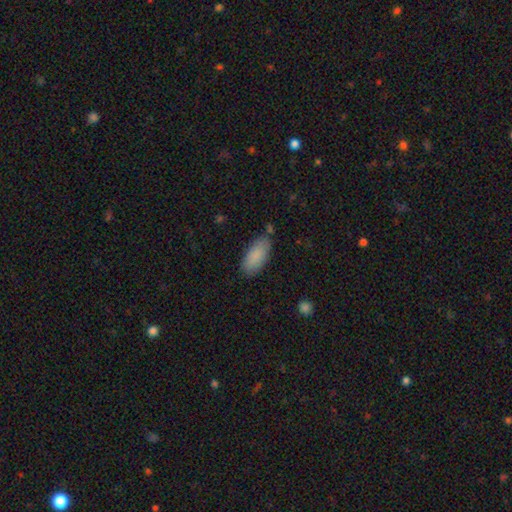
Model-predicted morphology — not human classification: Overall: smooth (88%). How rounded: in between (89%). Merging: none (79%).